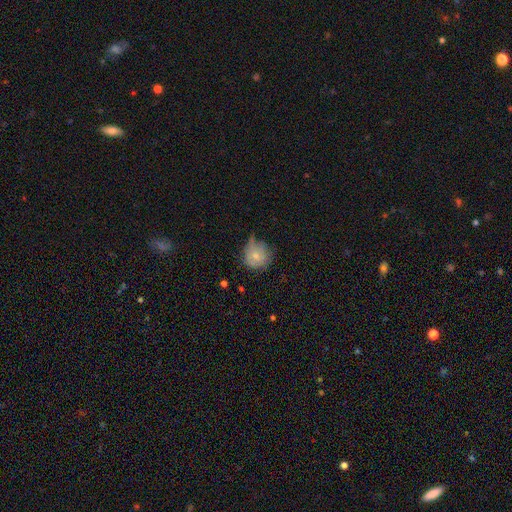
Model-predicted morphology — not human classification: The model was most divided on "merging": none: 45%, minor disturbance: 39%, major disturbance: 13%, merger: 3%. More confident: how rounded — round (86%); smooth or featured — smooth (74%).